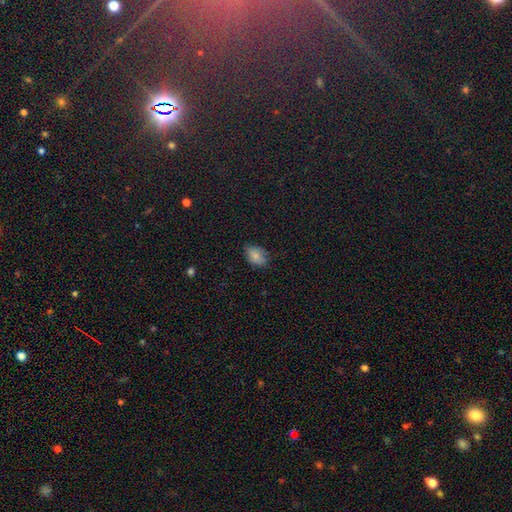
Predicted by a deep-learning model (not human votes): This is clearly a smooth galaxy (81%). How rounded: clearly in between (80%). Merging: likely none (67%).